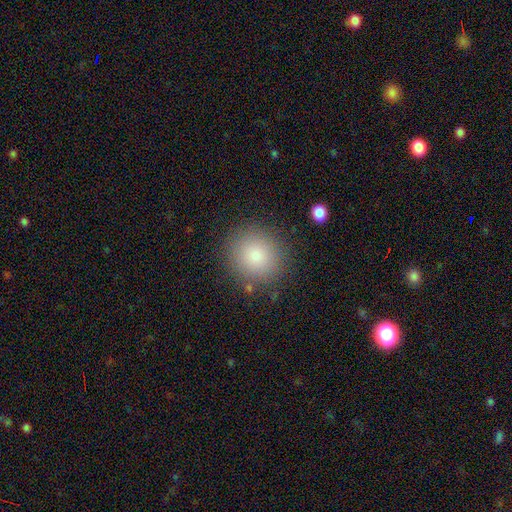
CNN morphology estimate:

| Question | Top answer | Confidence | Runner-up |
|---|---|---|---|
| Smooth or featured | smooth | 82% | star or artifact (10%) |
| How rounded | round | 88% | in between (11%) |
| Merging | none | 86% | minor disturbance (9%) |